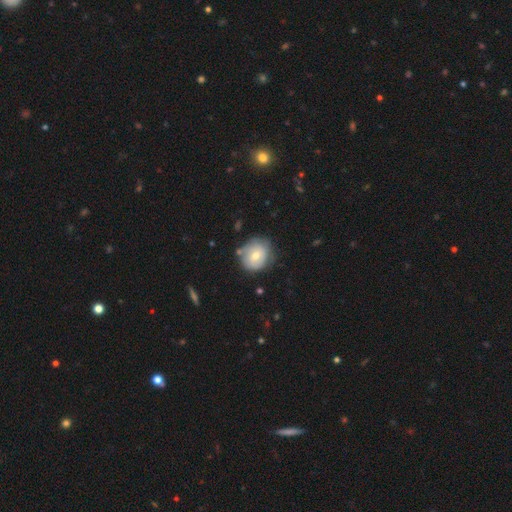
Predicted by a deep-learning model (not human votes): The model was most divided on "smooth or featured": smooth: 62%, featured or disk: 30%, star or artifact: 8%. More confident: how rounded — round (78%); merging — none (68%).